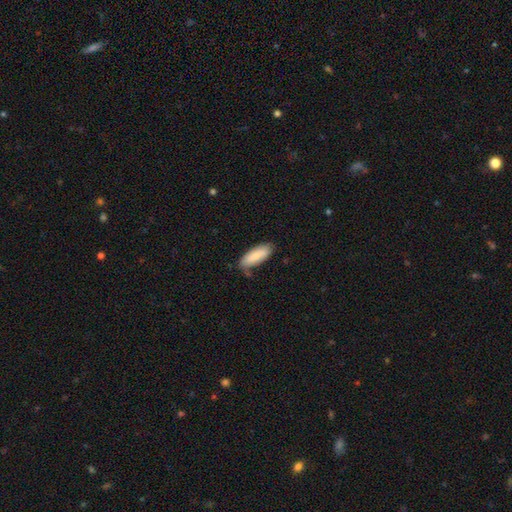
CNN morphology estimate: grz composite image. It shows a smooth galaxy with no disk features (86%) that is in between round and cigar-shaped (67%). Merging: none (71%).